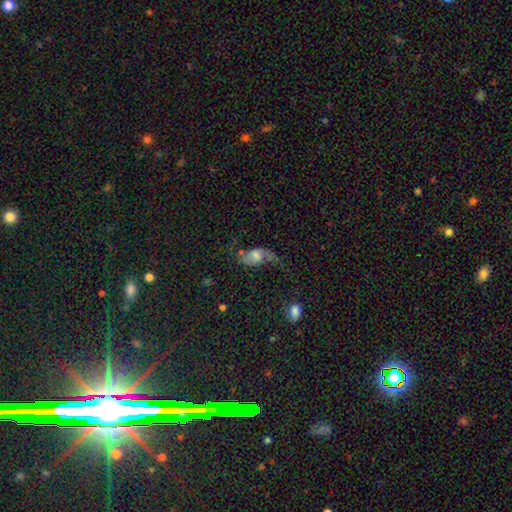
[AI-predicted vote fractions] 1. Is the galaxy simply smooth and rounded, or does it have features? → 68% featured or disk, 22% smooth, 10% star or artifact.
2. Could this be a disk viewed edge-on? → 95% no, 5% yes.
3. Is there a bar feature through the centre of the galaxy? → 48% no, 40% weak, 11% strong.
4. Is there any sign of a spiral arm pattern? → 89% yes, 11% no.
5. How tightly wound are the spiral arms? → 81% loose, 15% medium, 4% tight.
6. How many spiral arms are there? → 89% 2, 5% 1, 3% can't tell, 1% 3, 1% 4, 1% more than 4.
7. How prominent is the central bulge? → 43% moderate, 35% small, 10% none, 10% large, 2% dominant.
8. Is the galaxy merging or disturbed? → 48% none, 26% major disturbance, 21% minor disturbance, 5% merger.